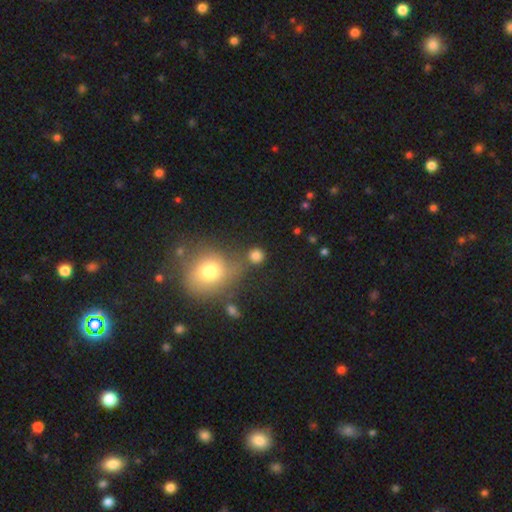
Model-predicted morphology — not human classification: This is likely a smooth galaxy (80%). How rounded: clearly round (89%). Merging: likely none (73%).